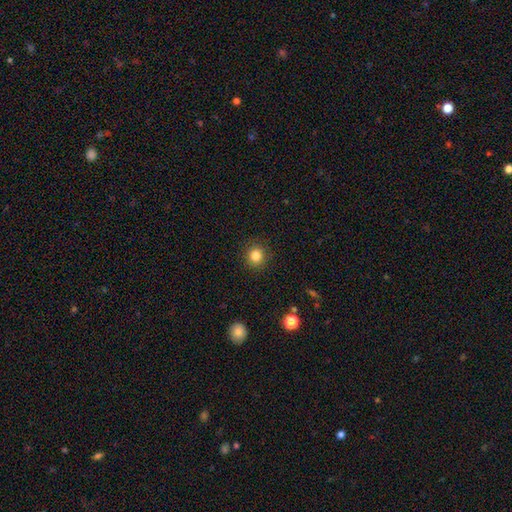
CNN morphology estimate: Overall: smooth (84%). How rounded: round (90%). Merging: none (91%).